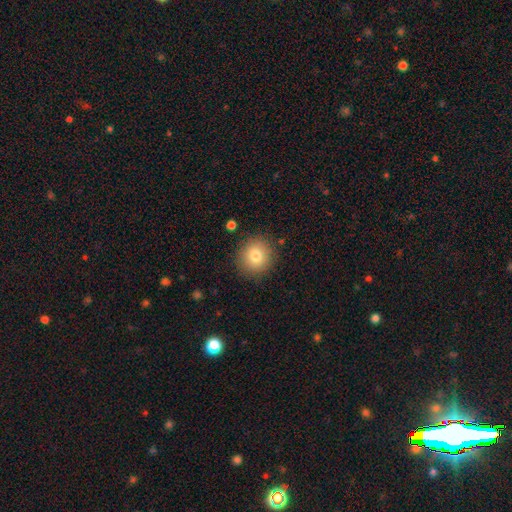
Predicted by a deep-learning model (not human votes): This appears to be a smooth galaxy with no disk features (79%) that is round (90%). Merging: none (88%).